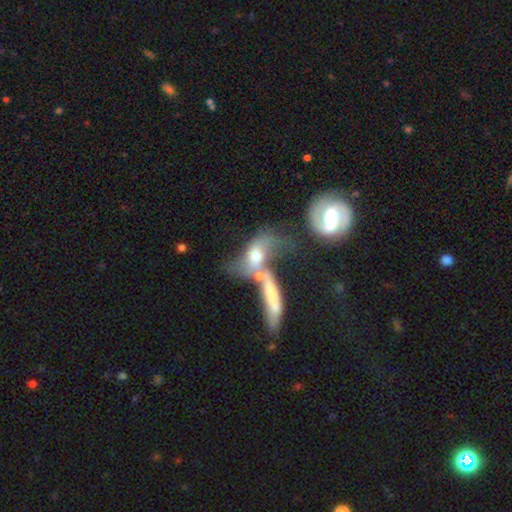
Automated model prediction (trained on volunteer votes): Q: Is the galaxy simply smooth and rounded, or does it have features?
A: smooth — 46%.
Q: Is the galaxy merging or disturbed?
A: merger — 62%.